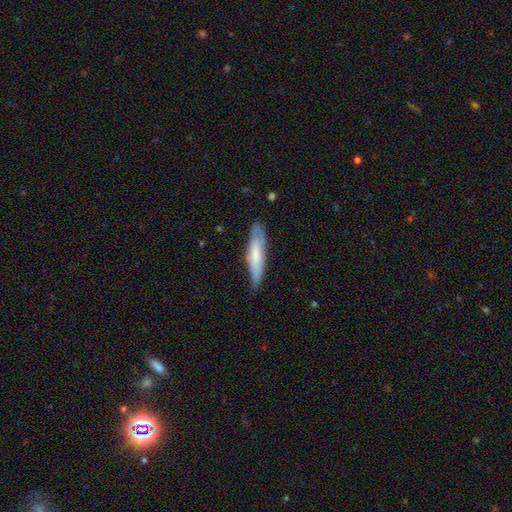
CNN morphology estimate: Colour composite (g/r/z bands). It shows a smooth galaxy with no disk features (62%) that is cigar-shaped (76%). Merging: none (73%).